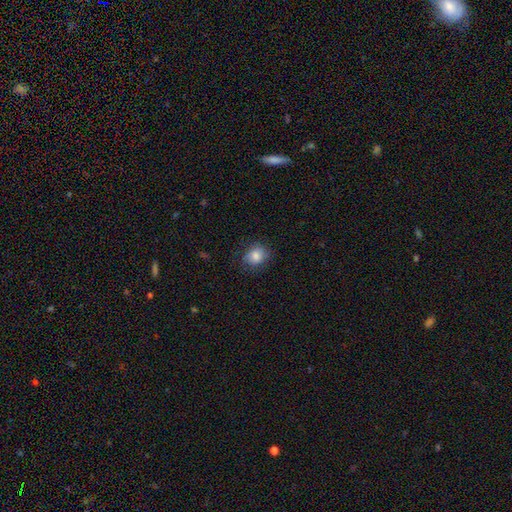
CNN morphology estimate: Smooth or featured? smooth (82%)
How rounded? round (59%)
Merging? none (75%)